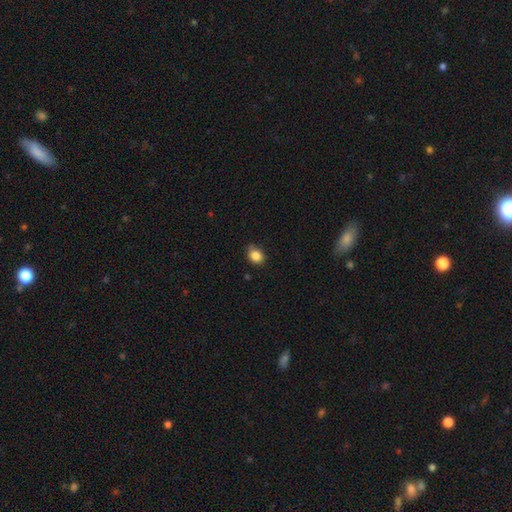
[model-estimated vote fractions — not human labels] Smooth or featured? smooth (85%)
How rounded? in between (51%)
Merging? none (71%)